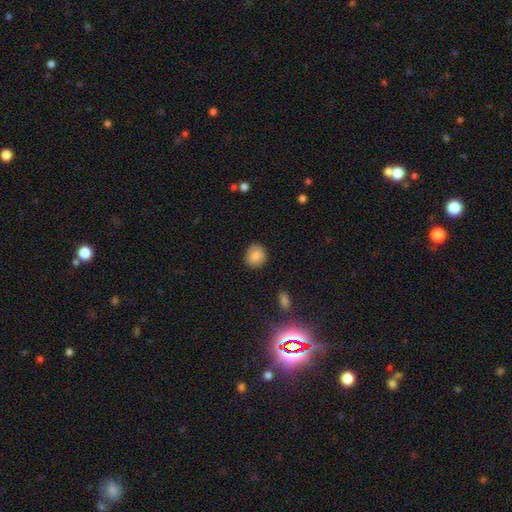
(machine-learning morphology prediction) This appears to be a smooth galaxy with no disk features (84%) that is round (85%). Merging: none (88%).